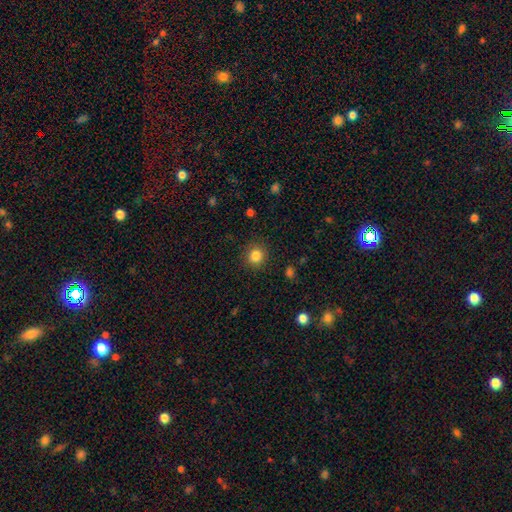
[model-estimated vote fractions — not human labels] This appears to be a smooth galaxy with no disk features (84%) that is round (89%). Merging: none (89%).